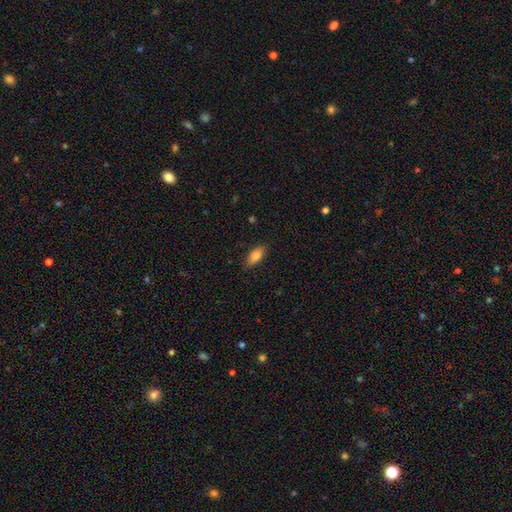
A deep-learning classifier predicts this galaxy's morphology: Smooth or featured?
  - smooth: 81% *
  - featured or disk: 12%
  - star or artifact: 7%
How rounded?
  - in between: 81% *
  - cigar-shaped: 16%
  - round: 3%
Merging?
  - none: 85% *
  - minor disturbance: 12%
  - major disturbance: 2%
  - merger: 1%